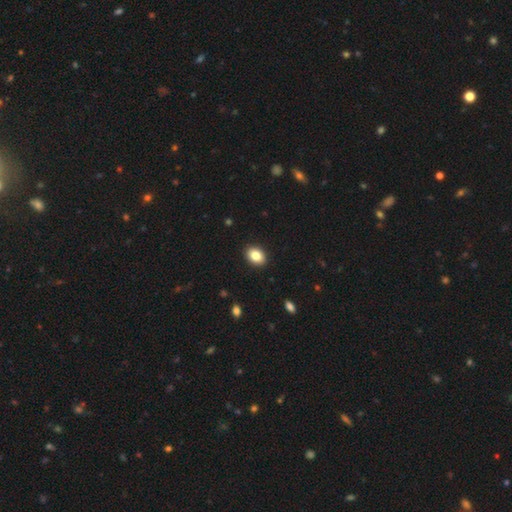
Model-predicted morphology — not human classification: Q: Smooth or featured?
A: smooth (86%); runner-up: star or artifact (8%)
Q: How rounded?
A: in between (75%); runner-up: round (24%)
Q: Merging?
A: none (91%); runner-up: minor disturbance (6%)